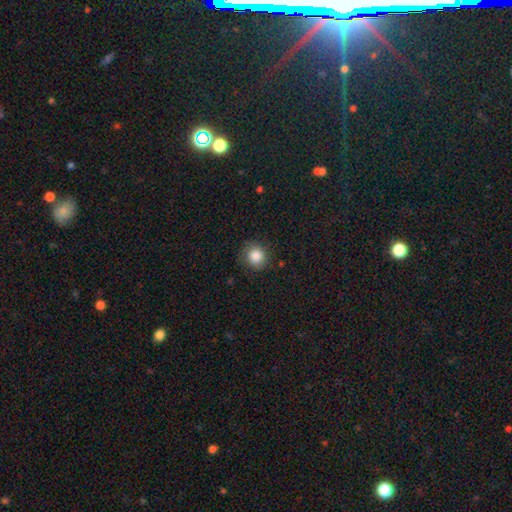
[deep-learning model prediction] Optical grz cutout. It shows a smooth galaxy with no disk features (85%) that is round (88%). Merging: none (84%).